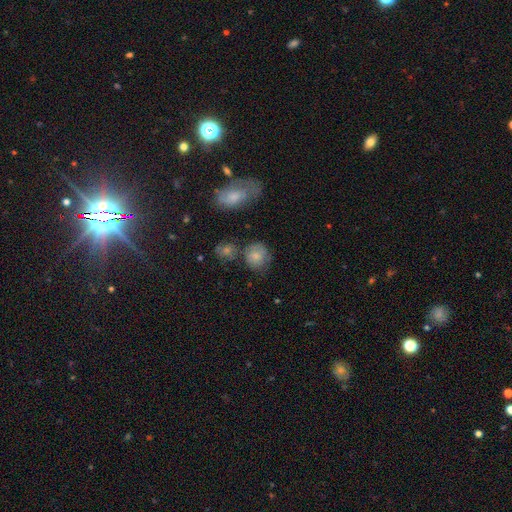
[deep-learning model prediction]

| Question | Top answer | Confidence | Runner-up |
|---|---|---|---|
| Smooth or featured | smooth | 73% | featured or disk (18%) |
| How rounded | round | 75% | in between (24%) |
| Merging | none | 60% | minor disturbance (21%) |